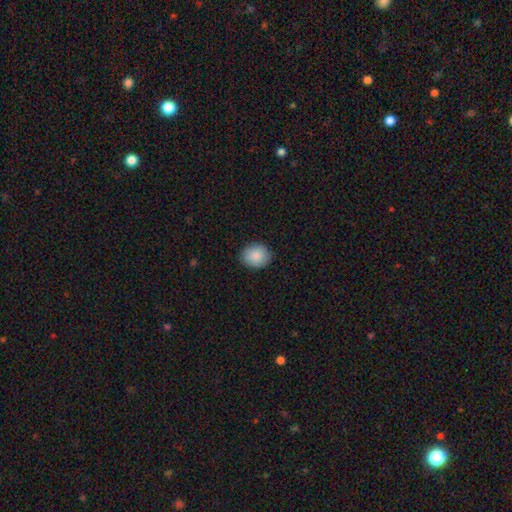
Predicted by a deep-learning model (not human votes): A smooth galaxy with no disk features (87%) that is round (65%). Merging: none (89%).